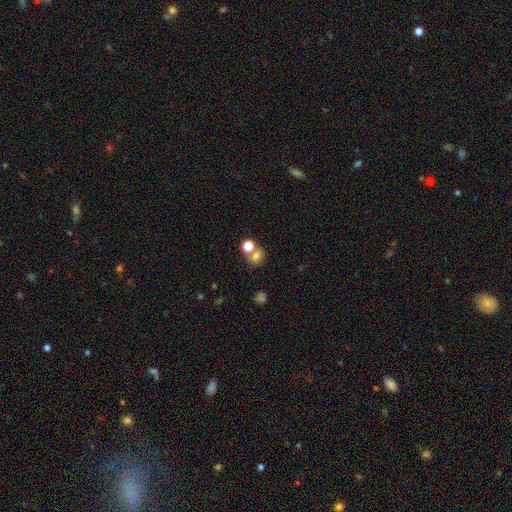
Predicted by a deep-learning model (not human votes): A smooth galaxy with no disk features (74%) that is round (69%).

Vote fractions:
- Smooth or featured? smooth: 74% / star or artifact: 16% / featured or disk: 10%
- How rounded? round: 69% / in between: 29% / cigar-shaped: 1%
- Merging? none: 49% / merger: 37% / minor disturbance: 9% / major disturbance: 4%